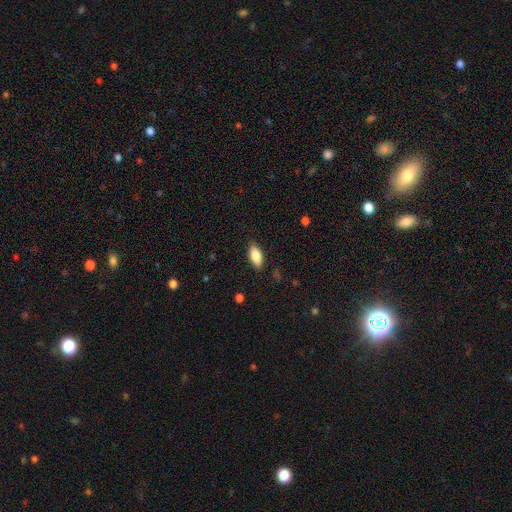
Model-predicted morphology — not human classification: Smooth or featured?
  - smooth: 82% *
  - featured or disk: 12%
  - star or artifact: 7%
How rounded?
  - in between: 87% *
  - cigar-shaped: 10%
  - round: 3%
Merging?
  - none: 86% *
  - minor disturbance: 11%
  - major disturbance: 2%
  - merger: 1%